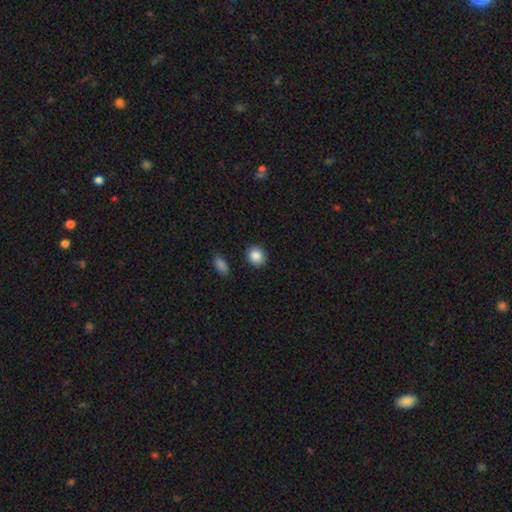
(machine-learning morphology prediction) Q: Smooth or featured?
A: smooth (87%); runner-up: star or artifact (8%)
Q: How rounded?
A: round (73%); runner-up: in between (26%)
Q: Merging?
A: none (88%); runner-up: minor disturbance (7%)